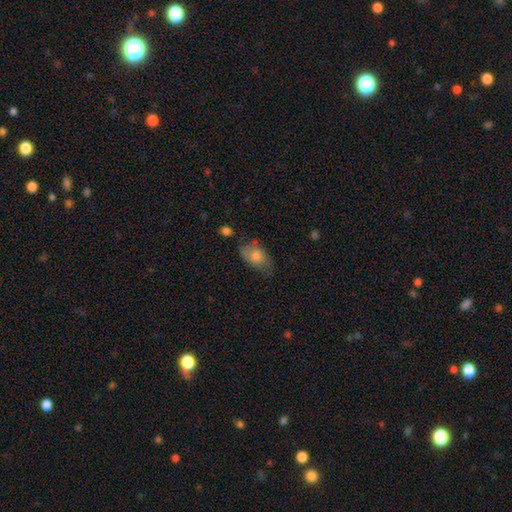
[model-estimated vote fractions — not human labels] Overall: smooth (65%; featured or disk 26%). How rounded: in between (88%). Merging: none (60%; minor disturbance 28%).